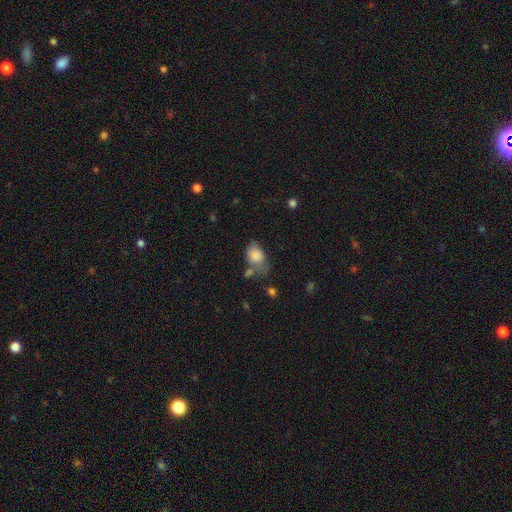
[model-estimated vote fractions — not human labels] smooth_or_featured: smooth (p=0.82) [alt: featured or disk p=0.09]
how_rounded: in between (p=0.74) [alt: round p=0.25]
merging: none (p=0.38) [alt: minor disturbance p=0.31]